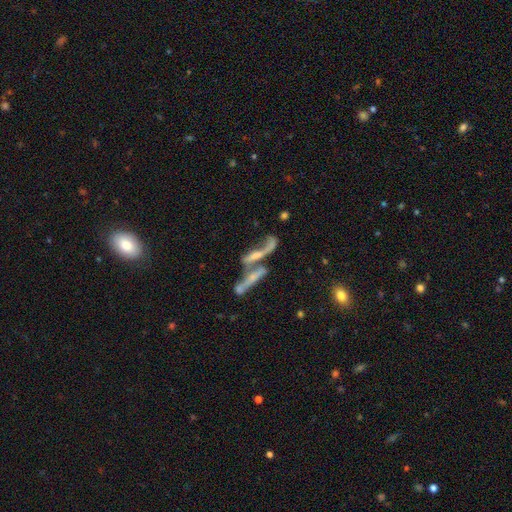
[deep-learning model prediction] smooth_or_featured: featured or disk (p=0.64) [alt: smooth p=0.23]
disk_edge_on: no (p=0.56) [alt: yes p=0.44]
merging: merger (p=0.55) [alt: none p=0.22]